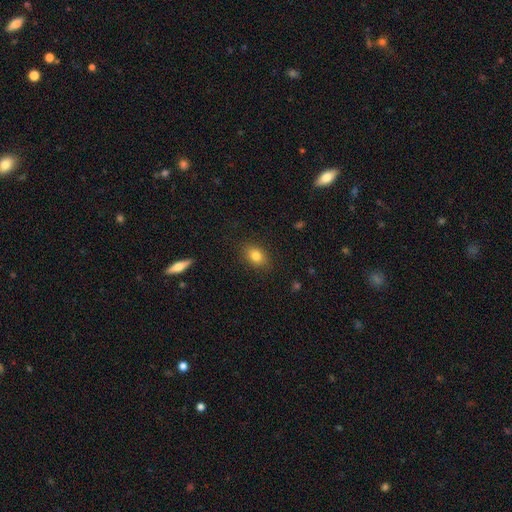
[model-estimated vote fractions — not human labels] Smooth or featured? smooth (81%)
How rounded? in between (73%)
Merging? none (86%)